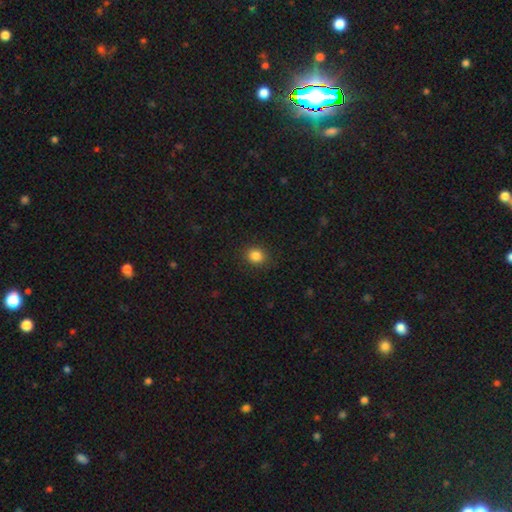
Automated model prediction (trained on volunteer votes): Overall: smooth (85%). How rounded: round (80%). Merging: none (90%).